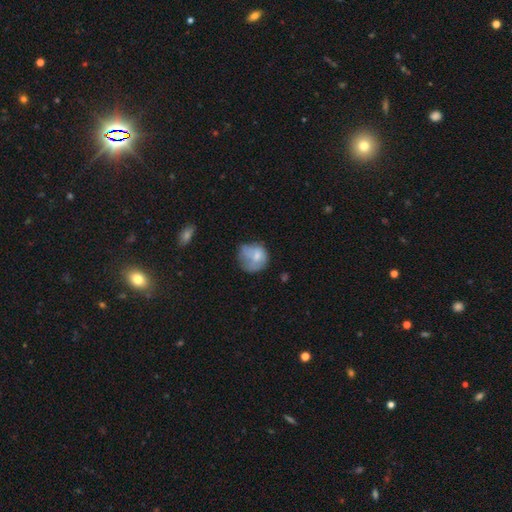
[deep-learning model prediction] Smooth or featured? smooth (62%)
How rounded? round (70%)
Merging? none (39%)